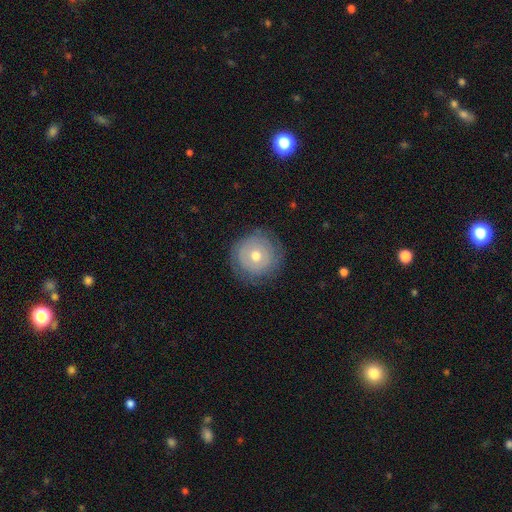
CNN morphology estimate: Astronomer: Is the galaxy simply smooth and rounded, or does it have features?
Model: featured or disk — 49% (runner-up: smooth, 43%).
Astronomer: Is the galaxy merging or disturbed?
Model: none — 79%.